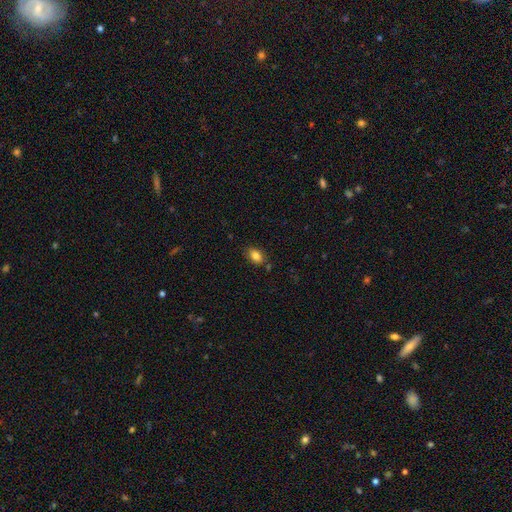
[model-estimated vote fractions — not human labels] This appears to be a smooth galaxy with no disk features (84%) that is in between round and cigar-shaped (81%). Merging: none (78%).